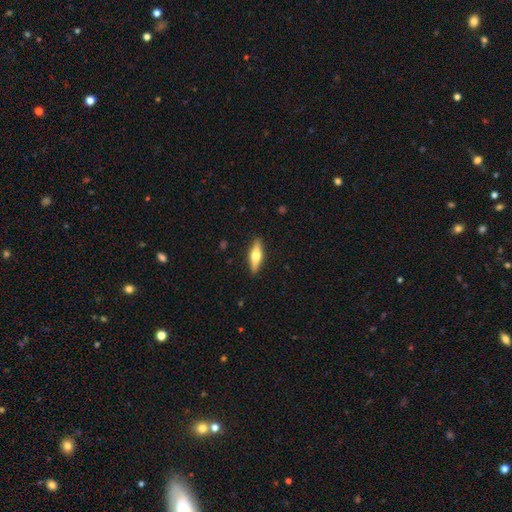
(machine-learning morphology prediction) Q: Smooth or featured?
A: smooth (47%); tied with: featured or disk (47%)
Q: Merging?
A: none (90%); runner-up: minor disturbance (8%)